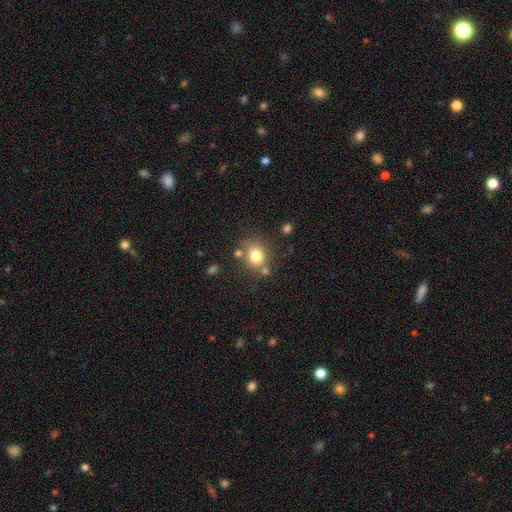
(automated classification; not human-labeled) This appears to be a smooth galaxy with no disk features (77%) that is round (67%). Merging: none (70%).